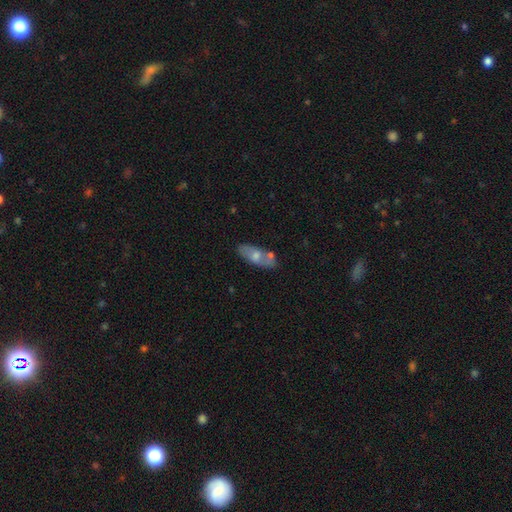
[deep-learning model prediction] Smooth or featured: smooth — 59% (featured or disk — 35%)
How rounded: in between — 77% (cigar-shaped — 20%)
Merging: none — 63% (minor disturbance — 17%)